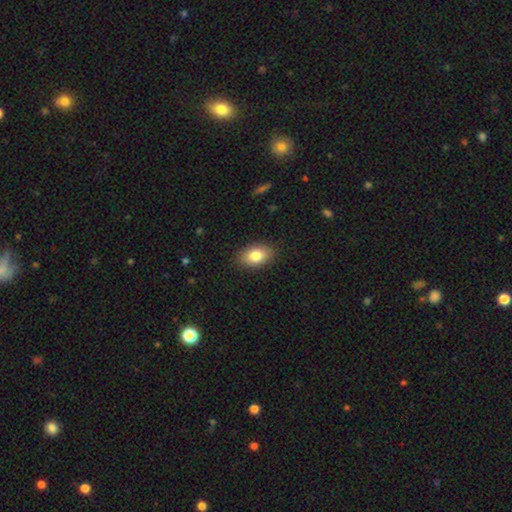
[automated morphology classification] Smooth or featured: smooth — 83% (featured or disk — 9%)
How rounded: in between — 90% (round — 9%)
Merging: none — 88% (minor disturbance — 9%)